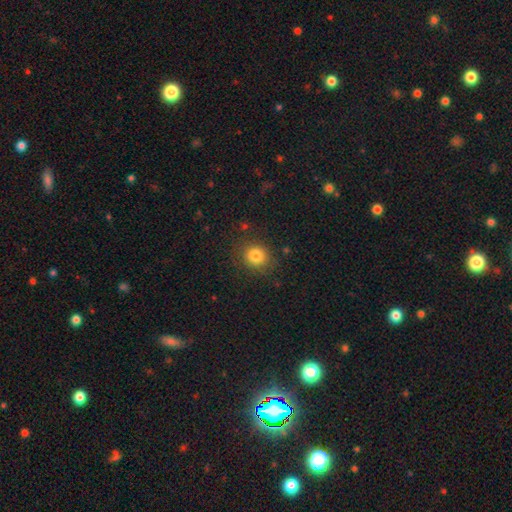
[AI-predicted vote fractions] smooth-or-featured: smooth: 81% | star or artifact: 12% | featured or disk: 7%
  how-rounded: round: 83% | in between: 16% | cigar-shaped: 1%
  merging: none: 84% | minor disturbance: 11% | major disturbance: 4% | merger: 2%